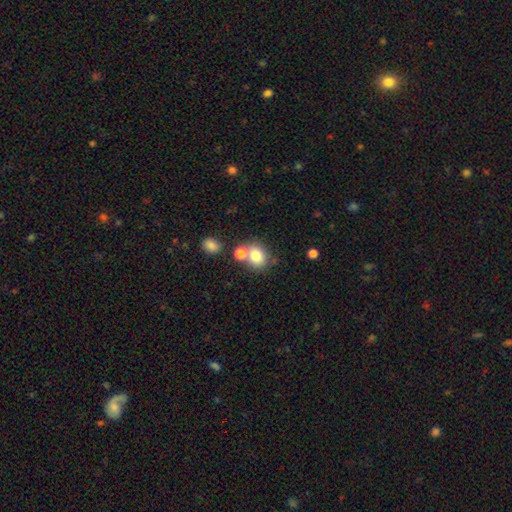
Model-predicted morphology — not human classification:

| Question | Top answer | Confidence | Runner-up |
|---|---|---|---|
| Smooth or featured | smooth | 78% | star or artifact (12%) |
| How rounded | round | 66% | in between (33%) |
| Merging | none | 56% | merger (30%) |